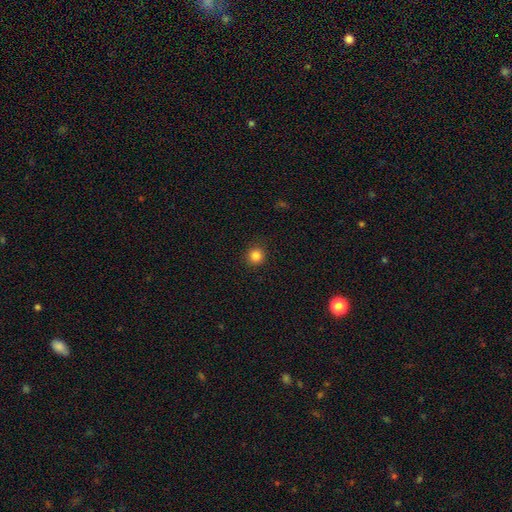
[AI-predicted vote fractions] Overall: smooth (84%). How rounded: round (94%). Merging: none (91%).